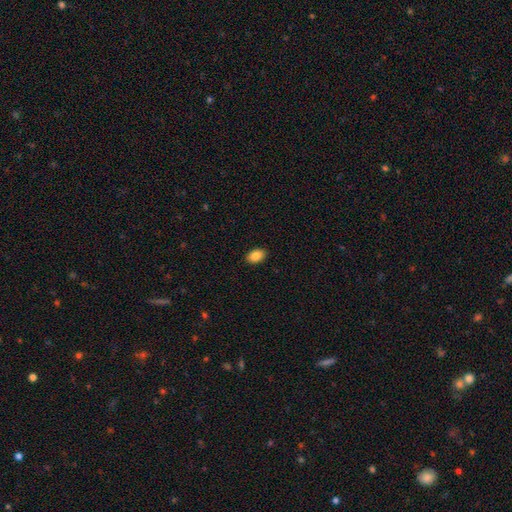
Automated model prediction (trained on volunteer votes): smooth 87%, star or artifact 8%, featured or disk 5%. Down the decision tree: how rounded — in between (85%); merging — none (90%).